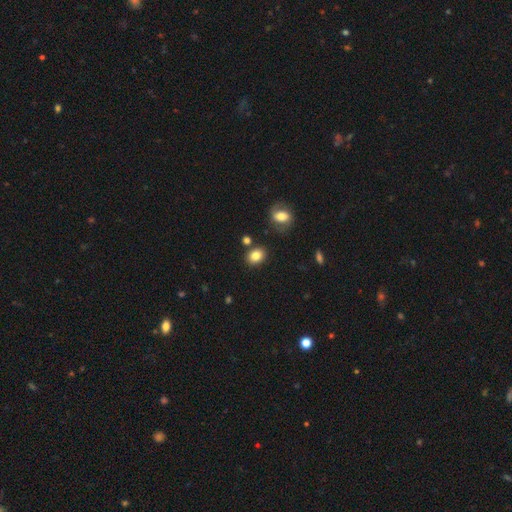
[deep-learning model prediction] The model was most divided on "how rounded": in between: 56%, round: 43%, cigar-shaped: 1%. More confident: smooth or featured — smooth (83%); merging — none (81%).